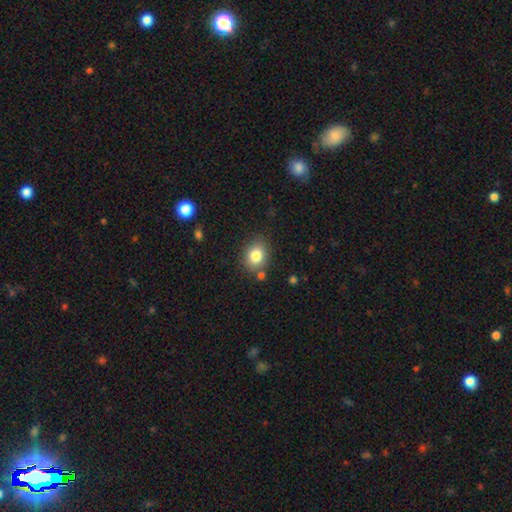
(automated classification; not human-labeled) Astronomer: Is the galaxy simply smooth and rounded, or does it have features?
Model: smooth — 82%.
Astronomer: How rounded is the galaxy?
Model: round — 54% (runner-up: in between, 45%).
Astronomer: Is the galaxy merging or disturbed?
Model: none — 80%.